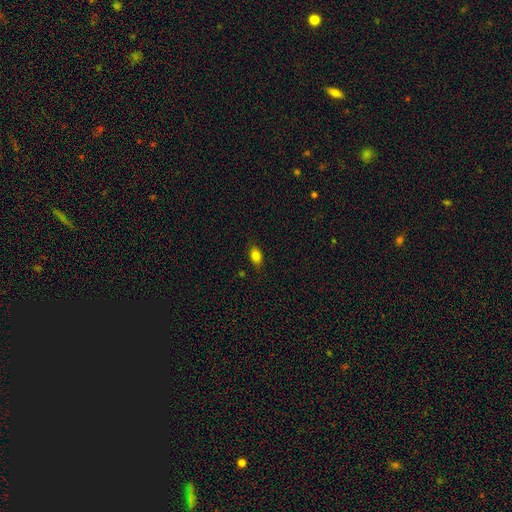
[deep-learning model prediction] Smooth or featured: smooth — 82% (star or artifact — 10%)
How rounded: in between — 86% (round — 11%)
Merging: none — 82% (minor disturbance — 14%)